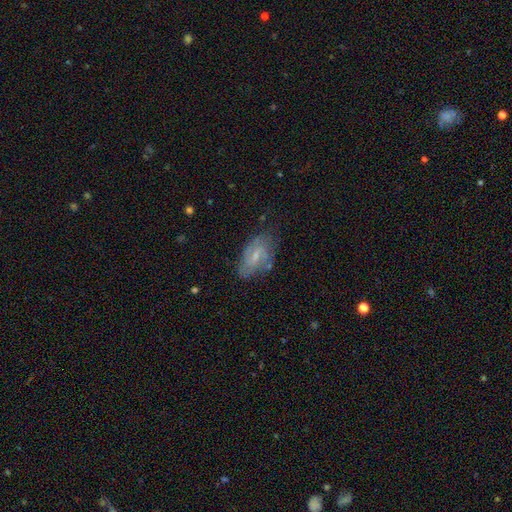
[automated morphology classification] smooth_or_featured: featured or disk (p=0.70) [alt: smooth p=0.23]
disk_edge_on: no (p=0.95) [alt: yes p=0.05]
bar: weak (p=0.56) [alt: no p=0.30]
has_spiral_arms: yes (p=0.87) [alt: no p=0.13]
spiral_winding: medium (p=0.45) [alt: tight p=0.35]
spiral_arm_count: 2 (p=0.59) [alt: can't tell p=0.24]
bulge_size: small (p=0.60) [alt: moderate p=0.30]
merging: none (p=0.67) [alt: minor disturbance p=0.22]